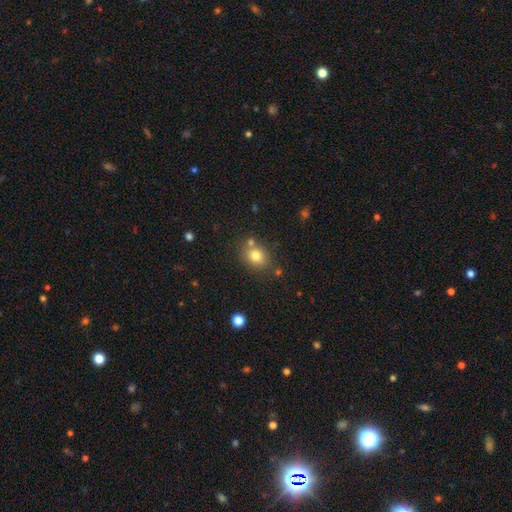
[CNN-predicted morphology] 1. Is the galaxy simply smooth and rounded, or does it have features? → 77% smooth, 13% star or artifact, 10% featured or disk.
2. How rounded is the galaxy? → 63% round, 36% in between, 1% cigar-shaped.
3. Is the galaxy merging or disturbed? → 73% none, 12% minor disturbance, 12% merger, 4% major disturbance.